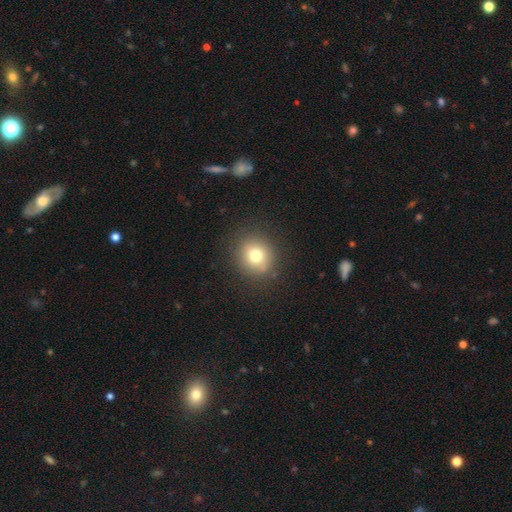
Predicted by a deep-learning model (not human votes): Smooth or featured?
  - smooth: 75% *
  - star or artifact: 13%
  - featured or disk: 11%
How rounded?
  - round: 85% *
  - in between: 14%
  - cigar-shaped: 1%
Merging?
  - none: 86% *
  - minor disturbance: 9%
  - major disturbance: 4%
  - merger: 1%